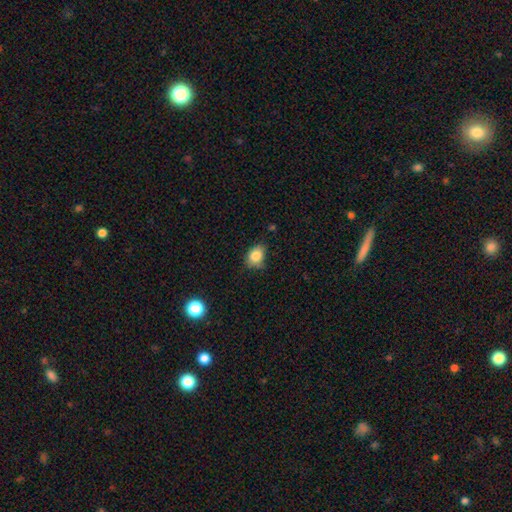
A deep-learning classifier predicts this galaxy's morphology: Smooth or featured: smooth — 83% (star or artifact — 9%)
How rounded: in between — 68% (round — 31%)
Merging: none — 67% (minor disturbance — 27%)